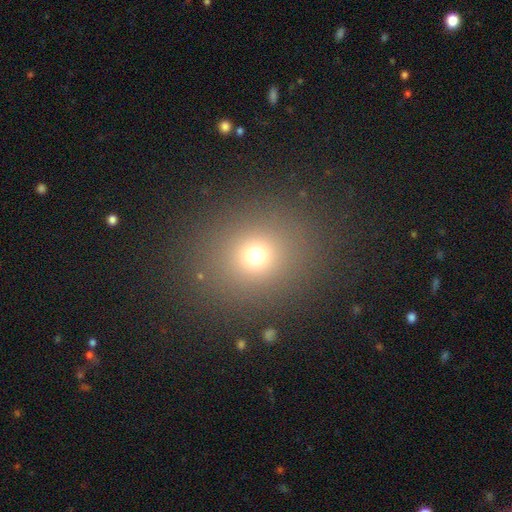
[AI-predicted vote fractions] smooth_or_featured: smooth (p=0.69) [alt: star or artifact p=0.22]
how_rounded: round (p=0.75) [alt: in between p=0.24]
merging: none (p=0.86) [alt: minor disturbance p=0.07]